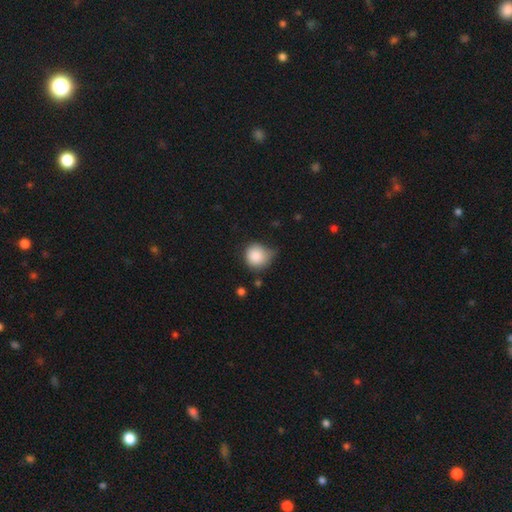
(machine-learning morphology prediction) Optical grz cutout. It shows a smooth galaxy with no disk features (86%) that is round (89%). Merging: none (49%).